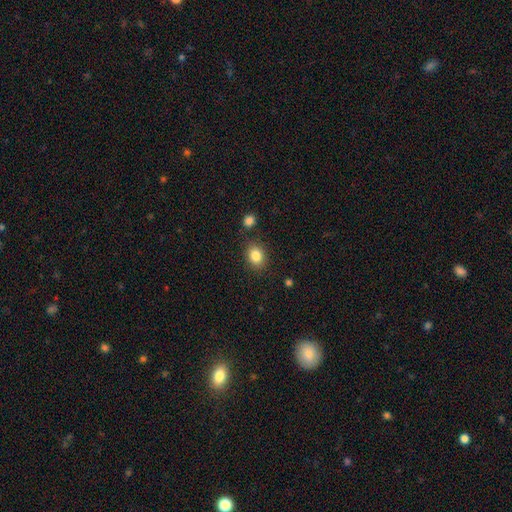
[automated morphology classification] Q: Smooth or featured?
A: smooth (85%); runner-up: star or artifact (9%)
Q: How rounded?
A: in between (51%); runner-up: round (48%)
Q: Merging?
A: none (82%); runner-up: minor disturbance (11%)